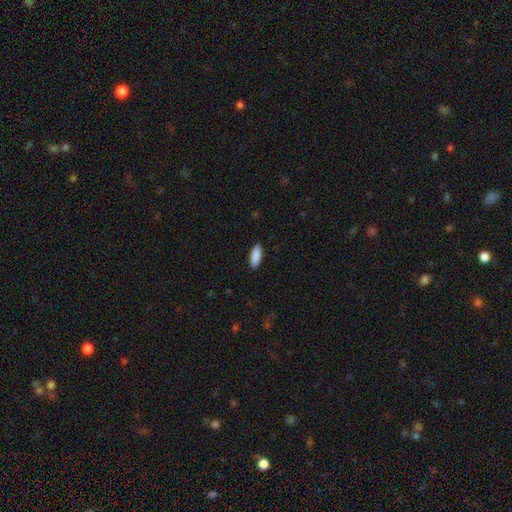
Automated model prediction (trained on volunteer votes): Smooth or featured?
  - smooth: 90% *
  - star or artifact: 6%
  - featured or disk: 4%
How rounded?
  - in between: 75% *
  - cigar-shaped: 23%
  - round: 2%
Merging?
  - none: 90% *
  - minor disturbance: 8%
  - major disturbance: 2%
  - merger: 1%